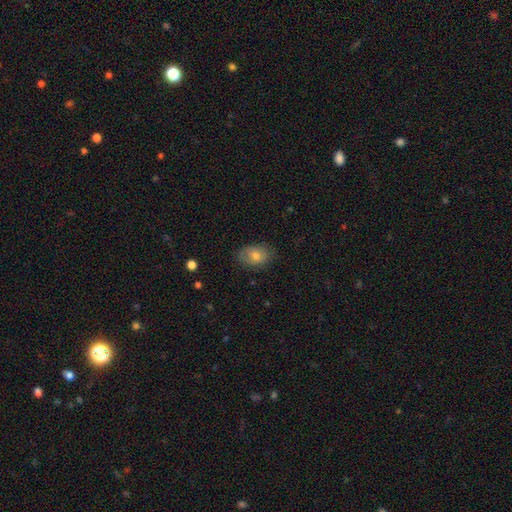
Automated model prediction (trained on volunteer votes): This appears to be a smooth galaxy with no disk features (70%) that is in between round and cigar-shaped (79%). Merging: none (79%).